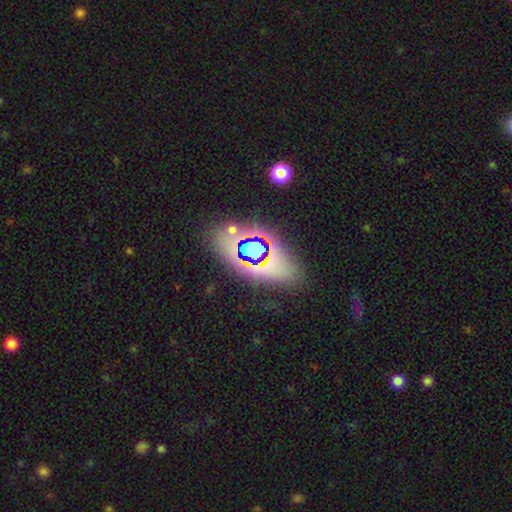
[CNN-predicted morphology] smooth-or-featured: star or artifact: 40% | smooth: 34% | featured or disk: 26%